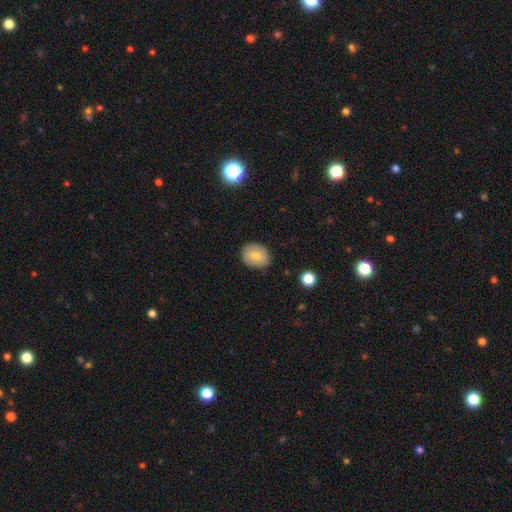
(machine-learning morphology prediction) A smooth galaxy with no disk features (76%) that is round (51%).

Vote fractions:
- Smooth or featured? smooth: 76% / featured or disk: 16% / star or artifact: 8%
- How rounded? round: 51% / in between: 48% / cigar-shaped: 1%
- Merging? none: 85% / minor disturbance: 12% / major disturbance: 3% / merger: 1%